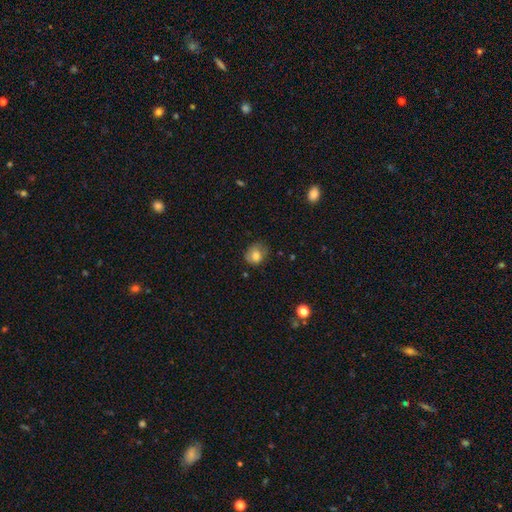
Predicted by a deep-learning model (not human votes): This appears to be a smooth galaxy with no disk features (77%) that is round (63%). Merging: none (63%).